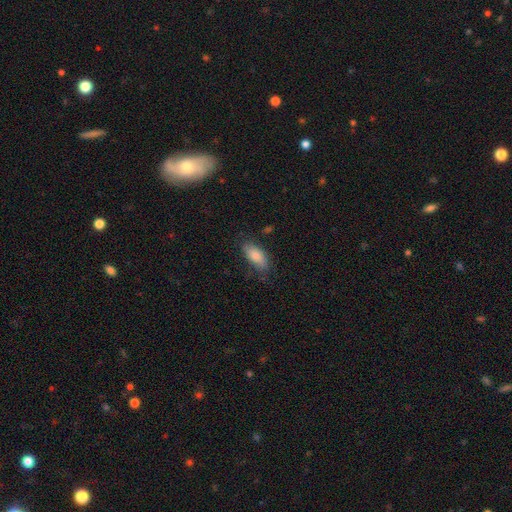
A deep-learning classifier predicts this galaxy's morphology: Smooth or featured? smooth (83%)
How rounded? in between (88%)
Merging? none (71%)